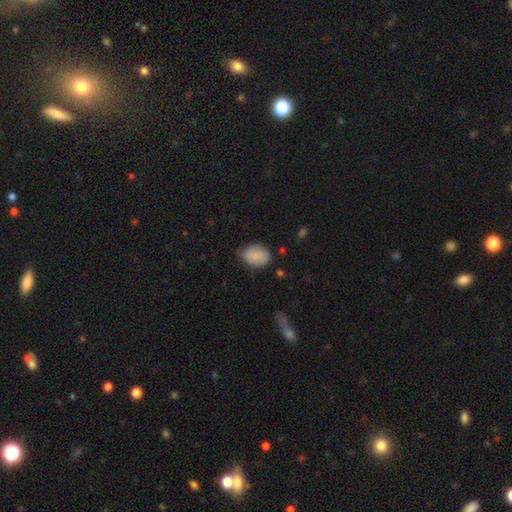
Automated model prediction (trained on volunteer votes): This is clearly a smooth galaxy (85%). How rounded: likely in between (74%). Merging: likely none (64%).